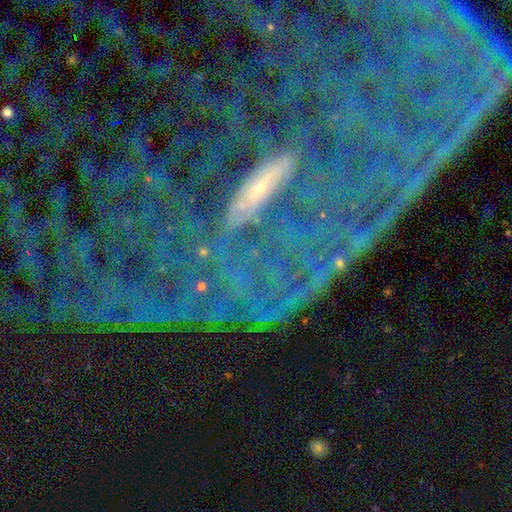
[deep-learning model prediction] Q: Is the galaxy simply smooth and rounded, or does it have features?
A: featured or disk — 52%.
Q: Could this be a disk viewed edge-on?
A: no — 69%.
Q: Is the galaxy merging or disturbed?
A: none — 61%.